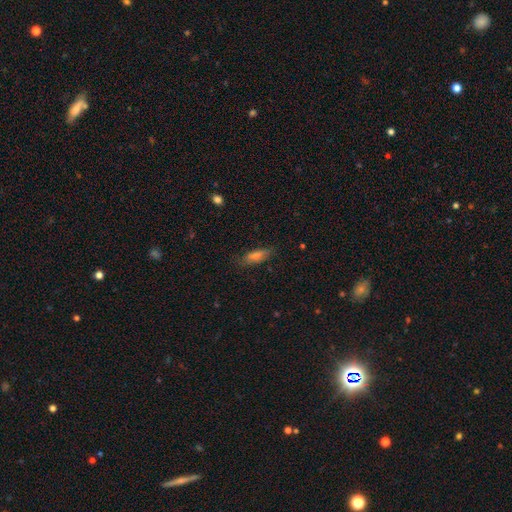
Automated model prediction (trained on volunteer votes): A smooth galaxy with no disk features (59%) that is cigar-shaped (56%). Merging: none (80%).